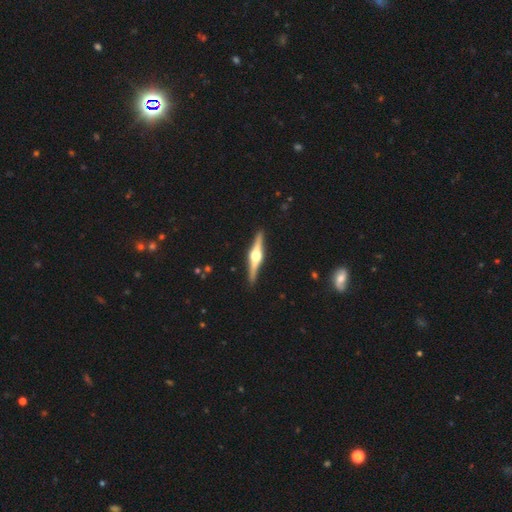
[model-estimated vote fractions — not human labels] This appears to be a featured or disk galaxy (83%) viewed edge-on (98%) with a rounded central bulge (95%). Merging: none (92%).